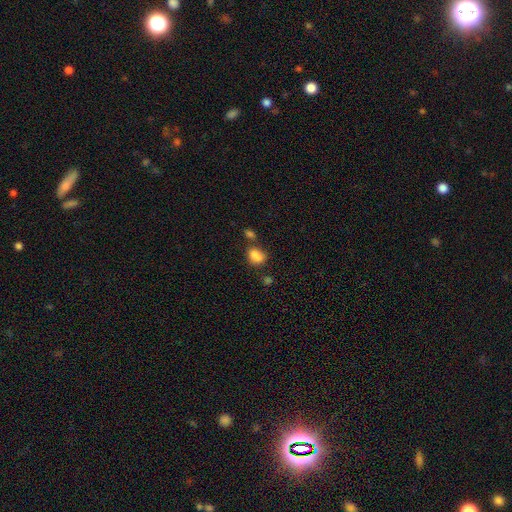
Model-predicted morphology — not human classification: Smooth or featured: smooth — 84% (star or artifact — 10%)
How rounded: in between — 69% (round — 29%)
Merging: none — 48% (merger — 26%)